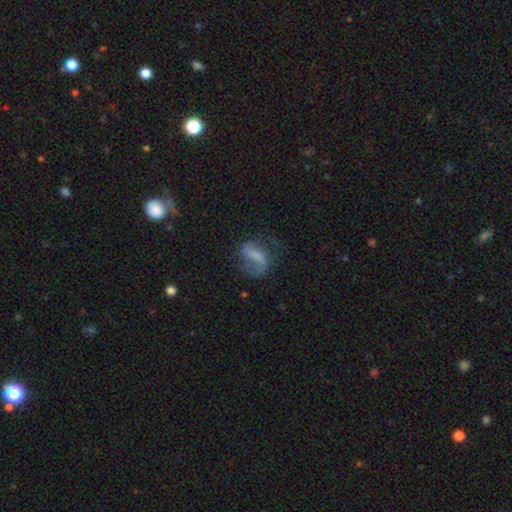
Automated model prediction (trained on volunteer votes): featured or disk 64%, smooth 27%, star or artifact 9%. Down the decision tree: edge-on disk — no (96%); bar — strong (41%); spiral arms — yes (81%); bulge size — none (52%); merging — none (51%).